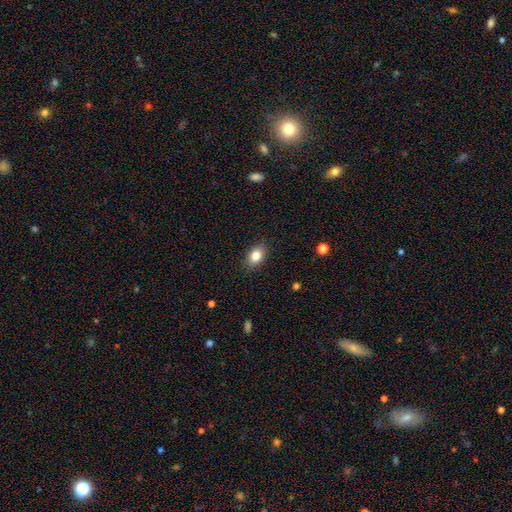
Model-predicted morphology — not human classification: A smooth galaxy with no disk features (82%) that is in between round and cigar-shaped (80%). Merging: none (88%).